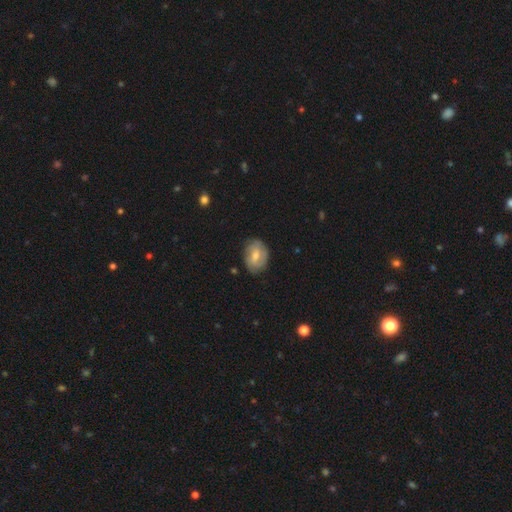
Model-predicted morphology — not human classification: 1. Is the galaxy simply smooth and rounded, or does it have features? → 48% smooth, 45% featured or disk, 7% star or artifact.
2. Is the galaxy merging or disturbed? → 75% none, 19% minor disturbance, 4% major disturbance, 1% merger.